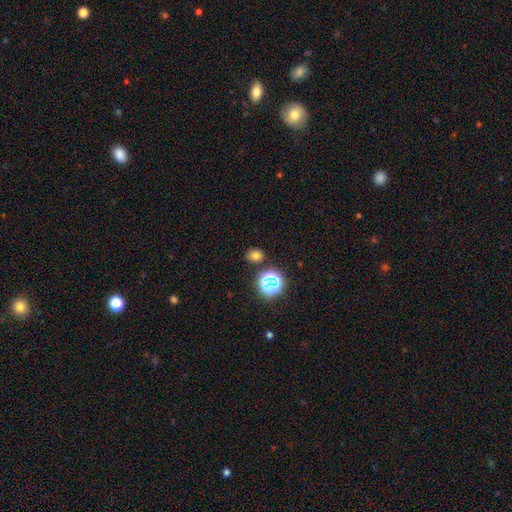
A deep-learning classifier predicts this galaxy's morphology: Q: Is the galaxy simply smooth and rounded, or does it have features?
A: smooth — 69%.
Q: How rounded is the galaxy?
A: round — 60%.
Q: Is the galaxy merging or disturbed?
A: none — 84%.